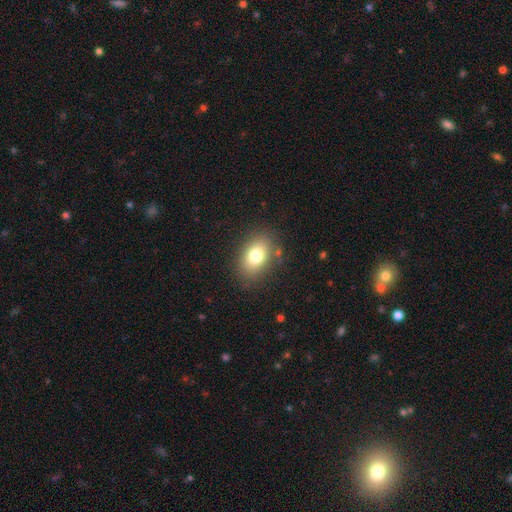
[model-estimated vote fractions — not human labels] Overall: smooth (78%). How rounded: in between (82%). Merging: none (83%).